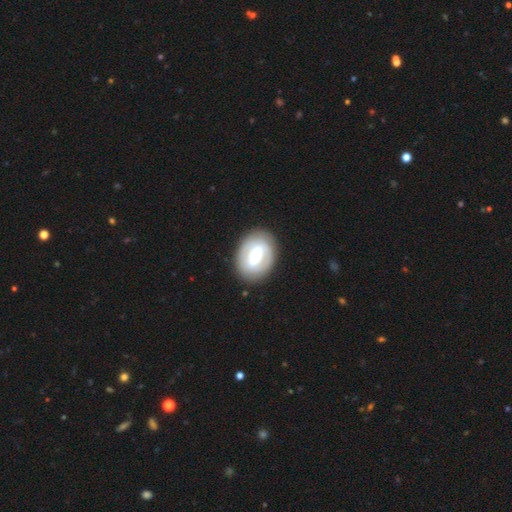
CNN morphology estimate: smooth-or-featured: featured or disk: 63% | smooth: 32% | star or artifact: 5%
  disk-edge-on: no: 93% | yes: 7%
    bar: strong: 50% | weak: 36% | no: 14%
    has-spiral-arms: no: 54% | yes: 46%
    bulge-size: moderate: 66% | small: 21% | large: 11% | dominant: 1% | none: 1%
  merging: none: 85% | minor disturbance: 10% | major disturbance: 4% | merger: 1%